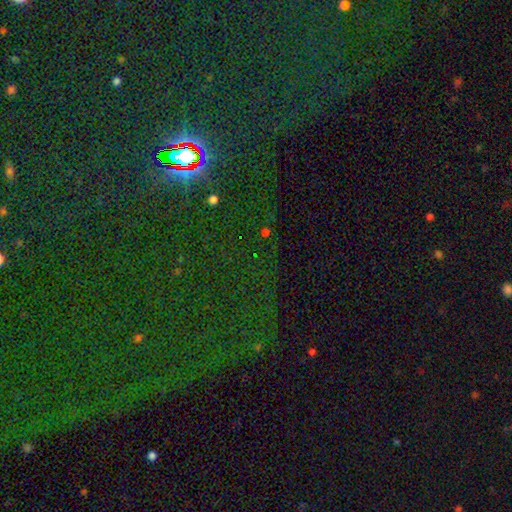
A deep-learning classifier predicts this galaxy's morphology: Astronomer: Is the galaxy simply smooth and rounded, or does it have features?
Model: star or artifact — 79%.